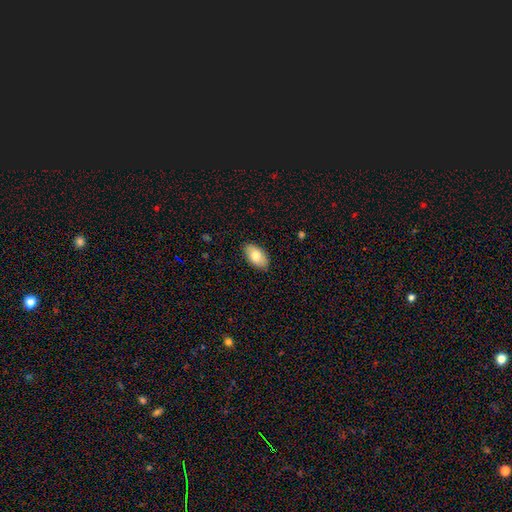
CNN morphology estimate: Smooth or featured? smooth (78%)
How rounded? in between (94%)
Merging? none (87%)